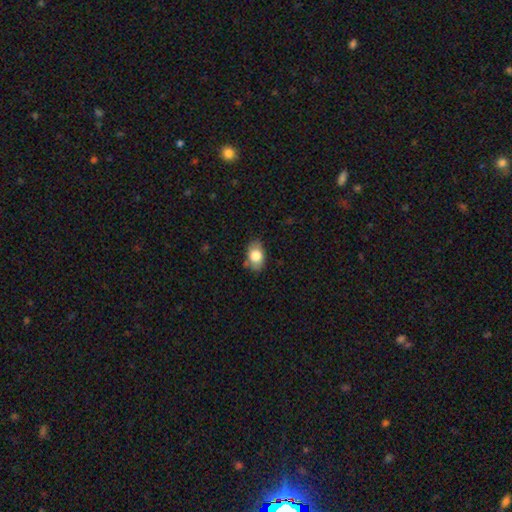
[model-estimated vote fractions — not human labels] Morphology: type=smooth (78%); roundness=in between (85%); merging=none (78%).